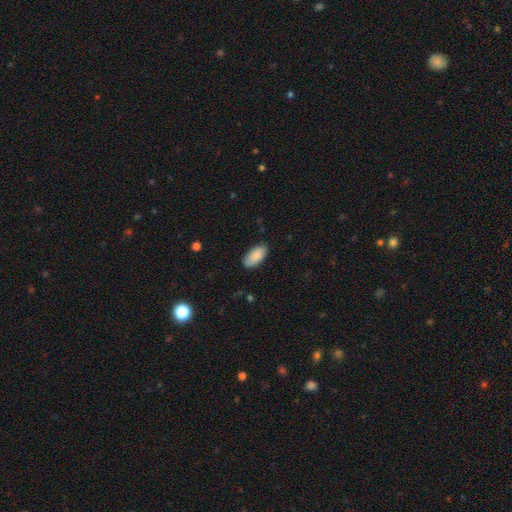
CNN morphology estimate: A smooth galaxy with no disk features (86%) that is in between round and cigar-shaped (93%). Merging: none (82%).